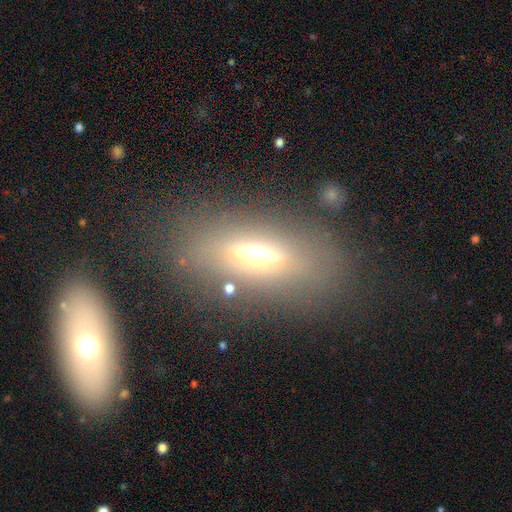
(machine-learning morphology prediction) Smooth or featured: featured or disk — 42% (smooth — 41%)
Merging: none — 74% (minor disturbance — 12%)